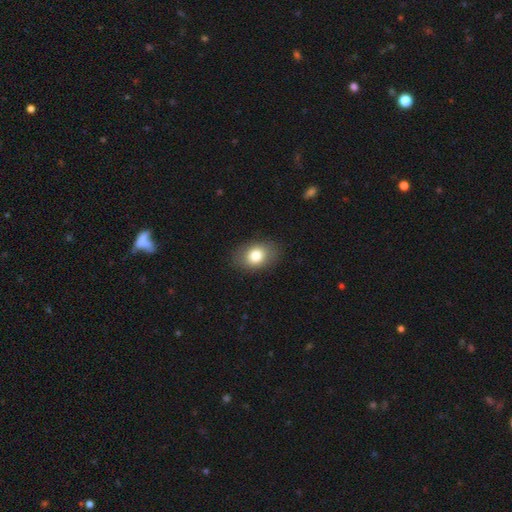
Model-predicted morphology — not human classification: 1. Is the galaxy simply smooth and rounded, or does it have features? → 80% smooth, 12% featured or disk, 9% star or artifact.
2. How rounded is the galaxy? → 76% in between, 23% round, 1% cigar-shaped.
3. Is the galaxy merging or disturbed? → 85% none, 11% minor disturbance, 3% major disturbance, 1% merger.